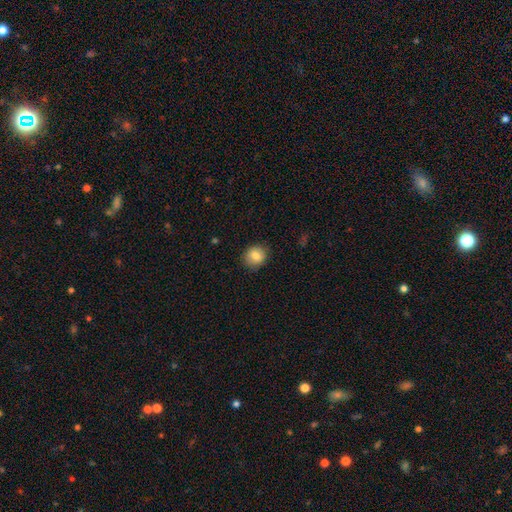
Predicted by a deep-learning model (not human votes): Smooth or featured?
  - smooth: 83% *
  - star or artifact: 9%
  - featured or disk: 9%
How rounded?
  - round: 75% *
  - in between: 24%
  - cigar-shaped: 1%
Merging?
  - none: 85% *
  - minor disturbance: 11%
  - major disturbance: 3%
  - merger: 1%